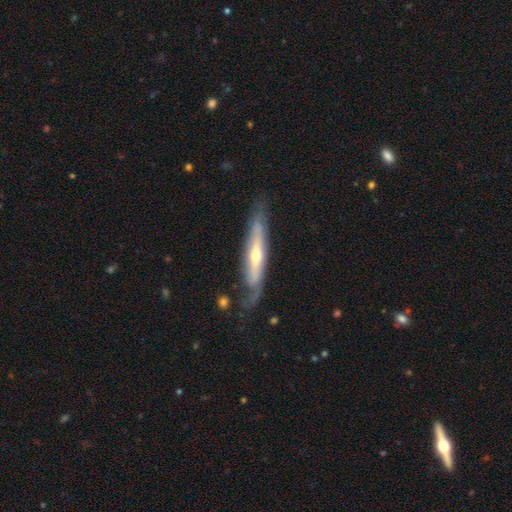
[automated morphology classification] Smooth or featured?
  - featured or disk: 71% *
  - smooth: 24%
  - star or artifact: 5%
Edge-on disk?
  - yes: 64% *
  - no: 36%
Merging?
  - none: 65% *
  - minor disturbance: 22%
  - major disturbance: 10%
  - merger: 2%